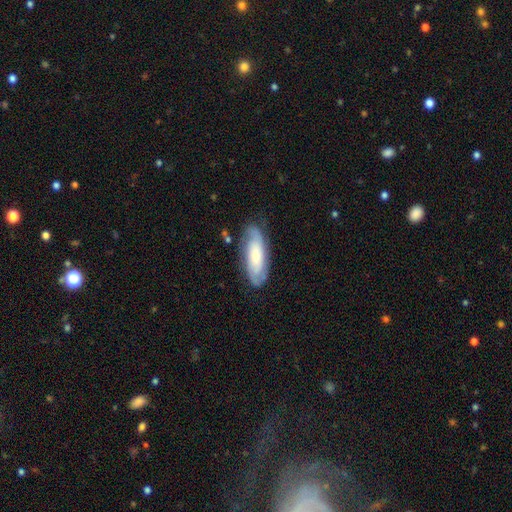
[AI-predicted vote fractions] smooth_or_featured: featured or disk (p=0.56) [alt: smooth p=0.37]
disk_edge_on: no (p=0.86) [alt: yes p=0.14]
merging: none (p=0.75) [alt: minor disturbance p=0.18]